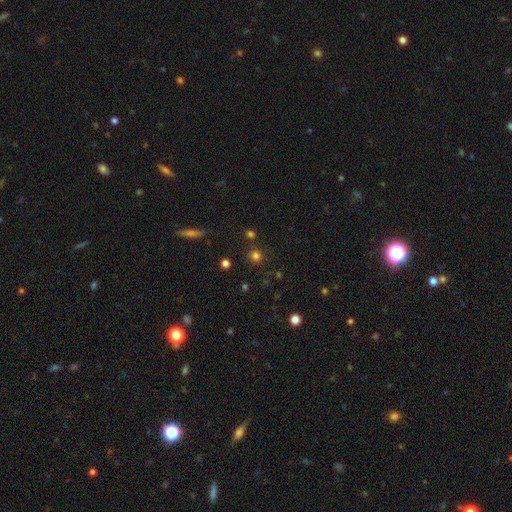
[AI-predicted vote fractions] This is likely a smooth galaxy (73%). How rounded: clearly round (93%). Merging: clearly none (85%).